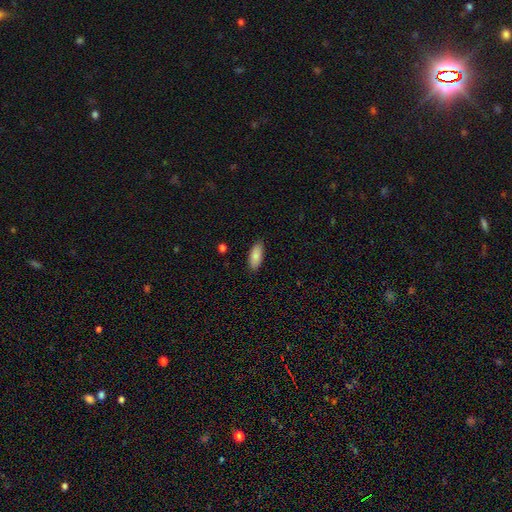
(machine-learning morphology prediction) The model was most divided on "how rounded": in between: 81%, cigar-shaped: 17%, round: 2%. More confident: merging — none (86%); smooth or featured — smooth (85%).